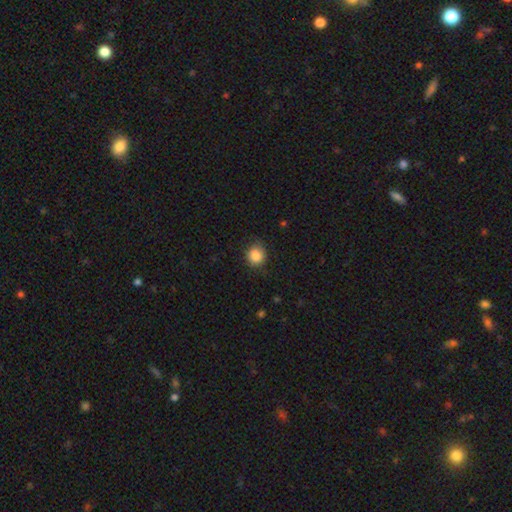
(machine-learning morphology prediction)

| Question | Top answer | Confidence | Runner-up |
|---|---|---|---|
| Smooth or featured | smooth | 86% | star or artifact (9%) |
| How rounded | round | 80% | in between (19%) |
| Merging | none | 78% | minor disturbance (17%) |